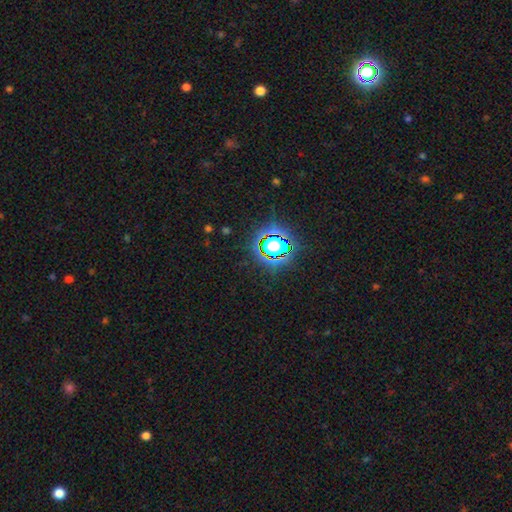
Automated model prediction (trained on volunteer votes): Smooth or featured?
  - star or artifact: 80% *
  - smooth: 12%
  - featured or disk: 8%